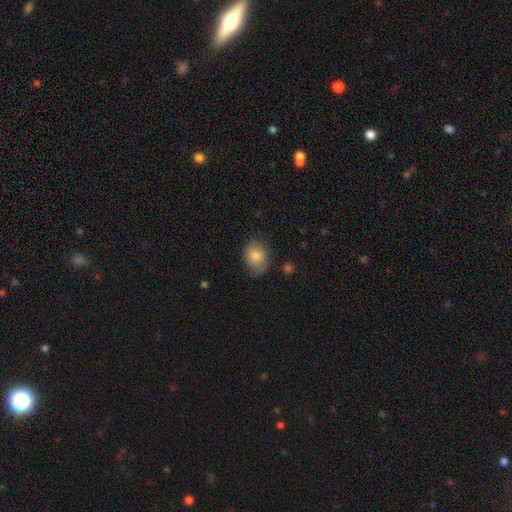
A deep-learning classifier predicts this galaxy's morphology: Q: Smooth or featured?
A: smooth (79%); runner-up: featured or disk (13%)
Q: How rounded?
A: in between (59%); runner-up: round (40%)
Q: Merging?
A: none (73%); runner-up: minor disturbance (21%)